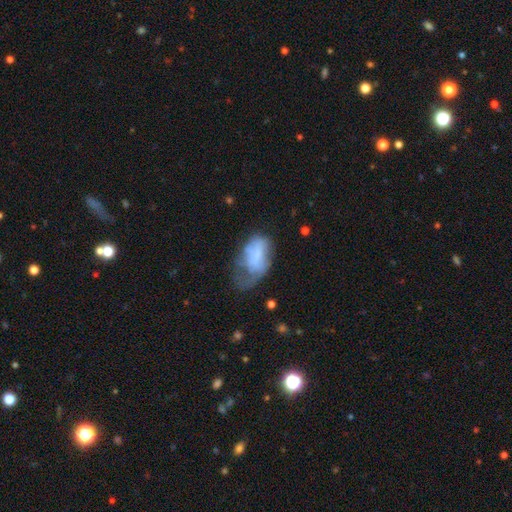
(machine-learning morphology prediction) This is possibly a smooth galaxy (60%). How rounded: clearly in between (90%). Merging: possibly major disturbance (48%).